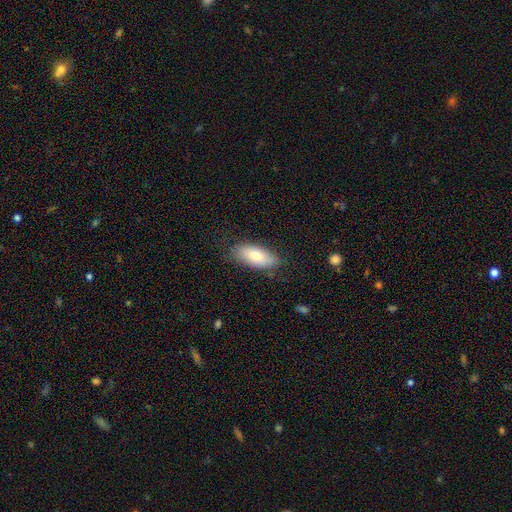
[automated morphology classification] Smooth or featured? smooth (74%)
How rounded? in between (85%)
Merging? none (79%)